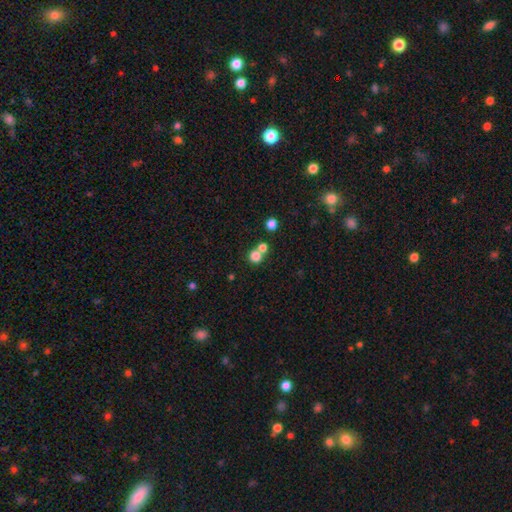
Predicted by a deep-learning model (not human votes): Overall: smooth (79%). How rounded: round (88%). Merging: none (53%; merger 38%).